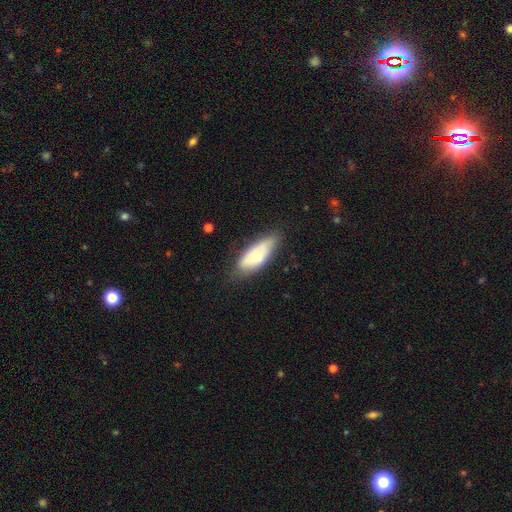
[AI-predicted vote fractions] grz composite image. It shows a smooth galaxy with no disk features (75%) that is in between round and cigar-shaped (71%). Merging: none (68%).